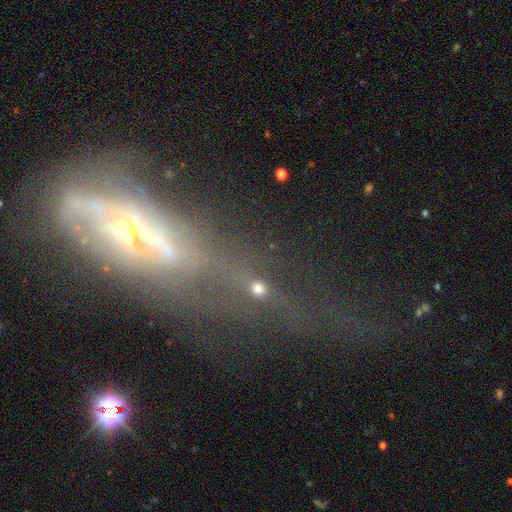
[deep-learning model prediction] Smooth or featured? Predicted: featured or disk (p=0.67). Edge-on disk? Predicted: no (p=0.64). Merging? Predicted: major disturbance (p=0.50).